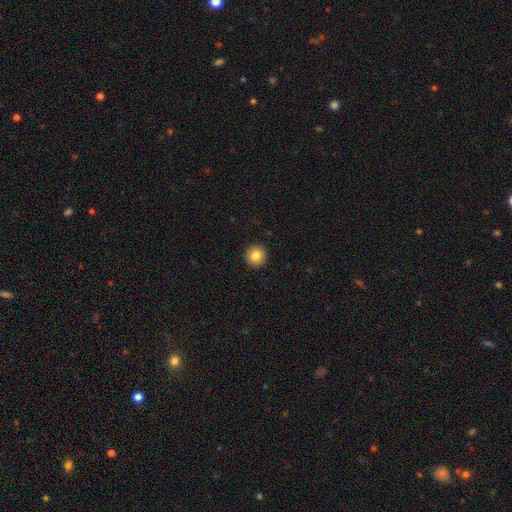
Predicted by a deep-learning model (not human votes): Overall: smooth (85%). How rounded: round (96%). Merging: none (93%).